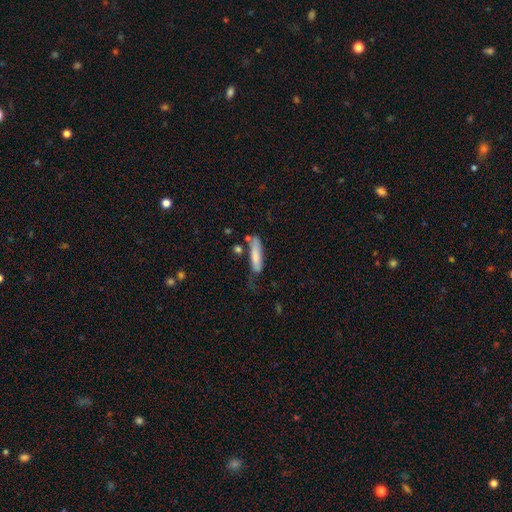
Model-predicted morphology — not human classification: smooth_or_featured: smooth (p=0.75) [alt: featured or disk p=0.19]
how_rounded: cigar-shaped (p=0.77) [alt: in between p=0.21]
merging: none (p=0.46) [alt: minor disturbance p=0.29]